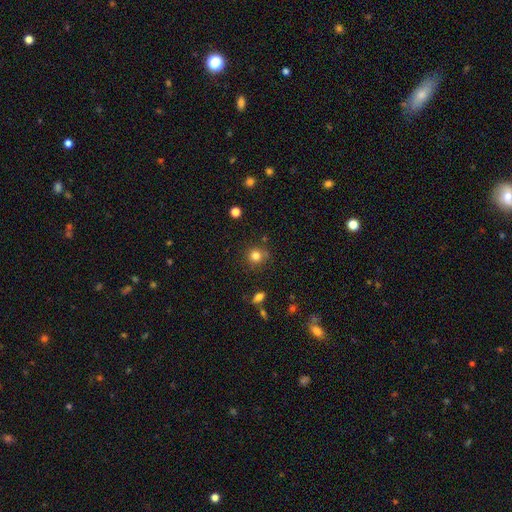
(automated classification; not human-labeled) Smooth or featured?
  - smooth: 80% *
  - star or artifact: 13%
  - featured or disk: 7%
How rounded?
  - round: 90% *
  - in between: 9%
  - cigar-shaped: 1%
Merging?
  - none: 80% *
  - minor disturbance: 12%
  - merger: 4%
  - major disturbance: 3%